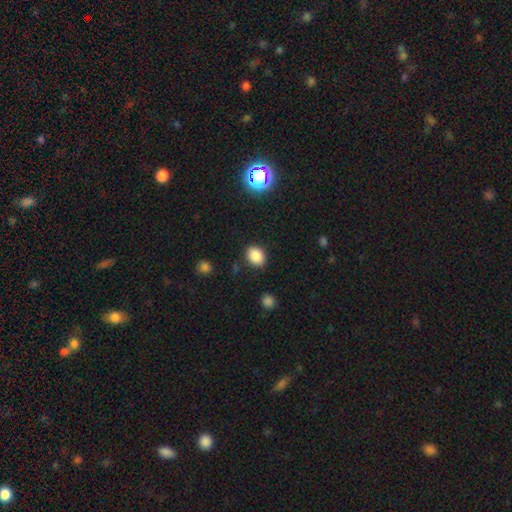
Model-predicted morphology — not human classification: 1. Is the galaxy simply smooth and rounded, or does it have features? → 85% smooth, 11% star or artifact, 5% featured or disk.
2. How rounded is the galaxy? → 50% in between, 49% round, 1% cigar-shaped.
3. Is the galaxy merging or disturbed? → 84% none, 11% minor disturbance, 3% major disturbance, 2% merger.